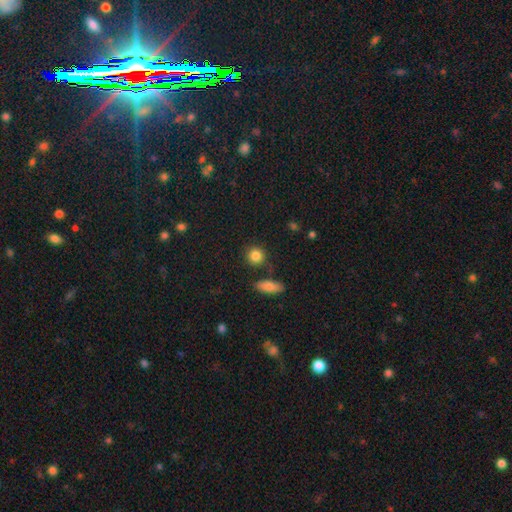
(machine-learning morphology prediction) This appears to be a smooth galaxy with no disk features (86%) that is round (87%). Merging: none (84%).